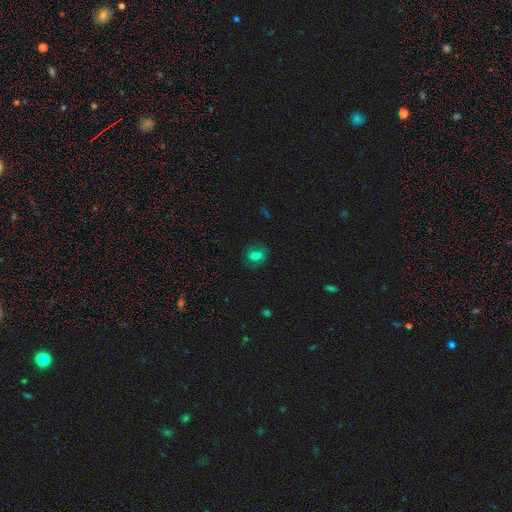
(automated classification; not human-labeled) Smooth or featured?
  - smooth: 58% *
  - featured or disk: 28%
  - star or artifact: 14%
How rounded?
  - in between: 58% *
  - round: 40%
  - cigar-shaped: 2%
Merging?
  - none: 70% *
  - minor disturbance: 19%
  - major disturbance: 10%
  - merger: 1%